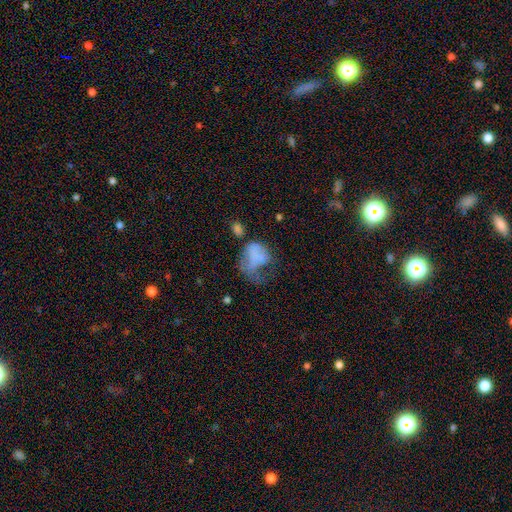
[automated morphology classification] Smooth or featured?
  - smooth: 60% *
  - featured or disk: 28%
  - star or artifact: 11%
How rounded?
  - in between: 65% *
  - round: 33%
  - cigar-shaped: 1%
Merging?
  - major disturbance: 55% *
  - minor disturbance: 20%
  - none: 16%
  - merger: 9%